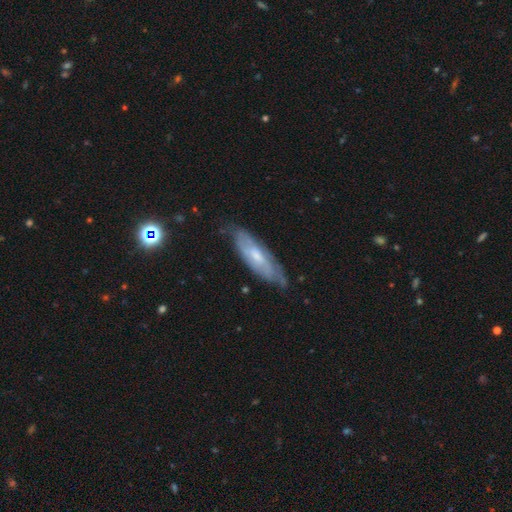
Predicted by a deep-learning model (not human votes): Overall: featured or disk (61%; smooth 32%). Edge-on disk: no (68%; yes 32%). Merging: none (70%).